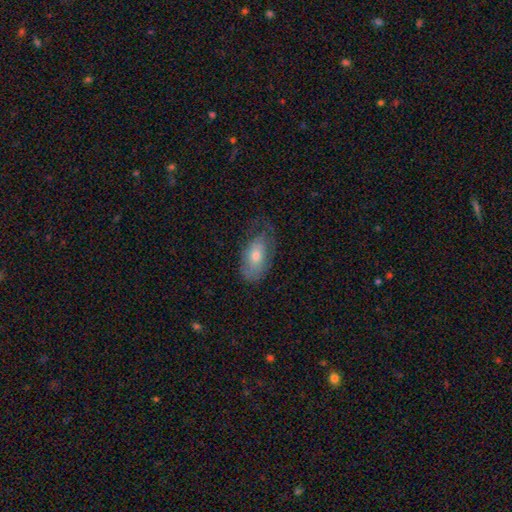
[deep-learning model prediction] Smooth or featured: smooth — 57% (featured or disk — 36%)
How rounded: in between — 91% (round — 5%)
Merging: none — 49% (minor disturbance — 31%)